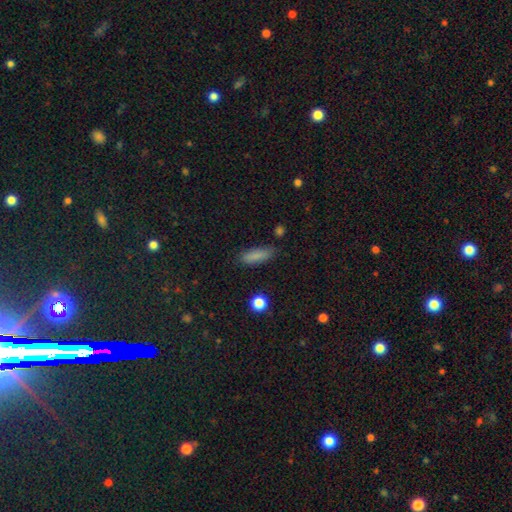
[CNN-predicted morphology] smooth-or-featured: smooth: 84% | star or artifact: 9% | featured or disk: 7%
  how-rounded: in between: 50% | cigar-shaped: 47% | round: 3%
  merging: none: 80% | minor disturbance: 14% | major disturbance: 3% | merger: 2%